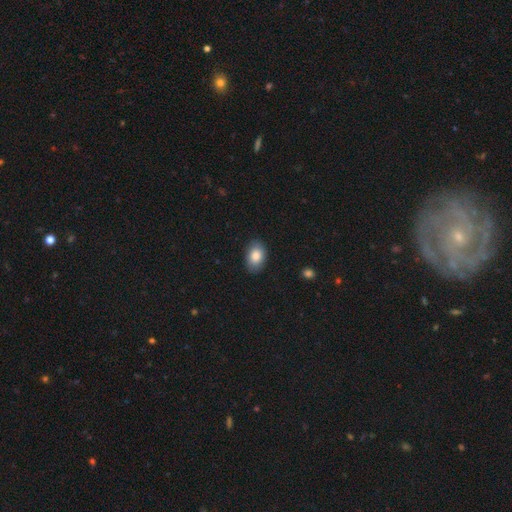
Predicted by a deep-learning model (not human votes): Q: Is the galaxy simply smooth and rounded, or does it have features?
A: smooth — 85%.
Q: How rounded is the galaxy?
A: in between — 86%.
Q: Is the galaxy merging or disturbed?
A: none — 85%.